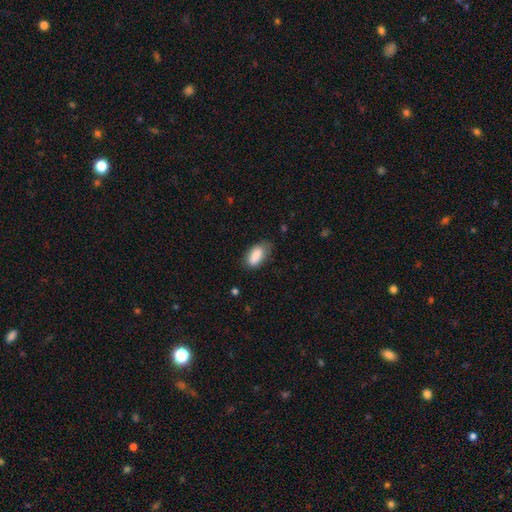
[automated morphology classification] Smooth or featured: smooth — 87% (star or artifact — 7%)
How rounded: in between — 90% (cigar-shaped — 6%)
Merging: none — 63% (minor disturbance — 29%)